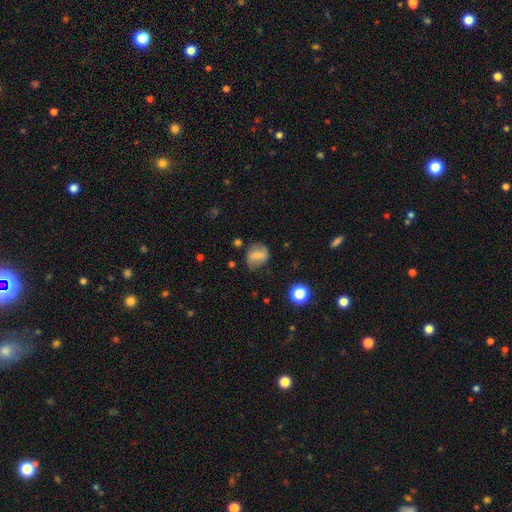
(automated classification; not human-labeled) Overall: smooth (60%; featured or disk 29%). How rounded: round (50%; in between 47%). Merging: none (63%; minor disturbance 24%).